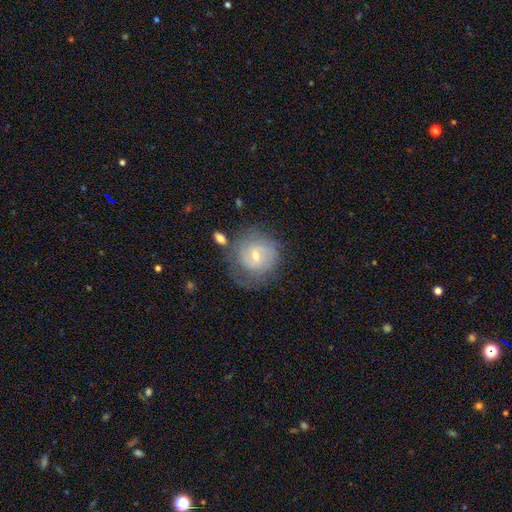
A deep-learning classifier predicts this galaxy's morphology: featured or disk 63%, smooth 29%, star or artifact 8%. Down the decision tree: edge-on disk — no (97%); bar — no (55%); spiral arms — yes (84%); spiral arm count — can't tell (45%); spiral winding — tight (64%); bulge size — small (54%); merging — none (60%).